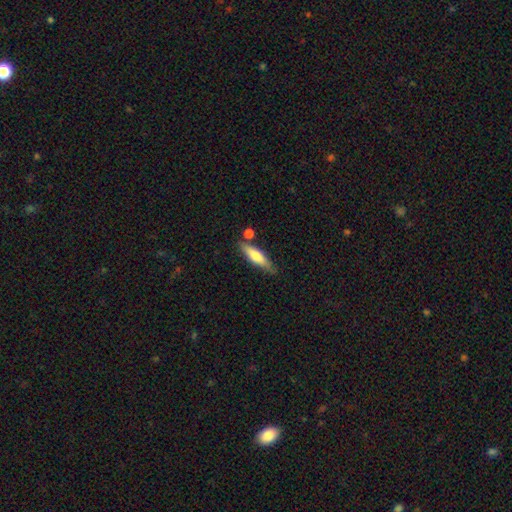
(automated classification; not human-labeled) Smooth or featured? smooth (62%)
How rounded? cigar-shaped (67%)
Merging? none (72%)